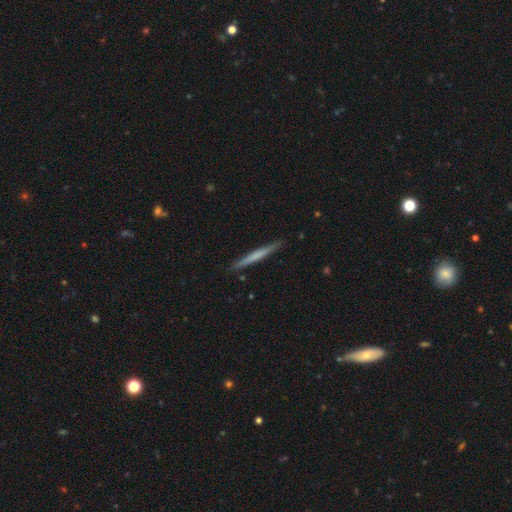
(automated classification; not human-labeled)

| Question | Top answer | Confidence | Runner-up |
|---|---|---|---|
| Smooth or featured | smooth | 53% | featured or disk (42%) |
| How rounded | cigar-shaped | 97% | in between (2%) |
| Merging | none | 91% | minor disturbance (7%) |